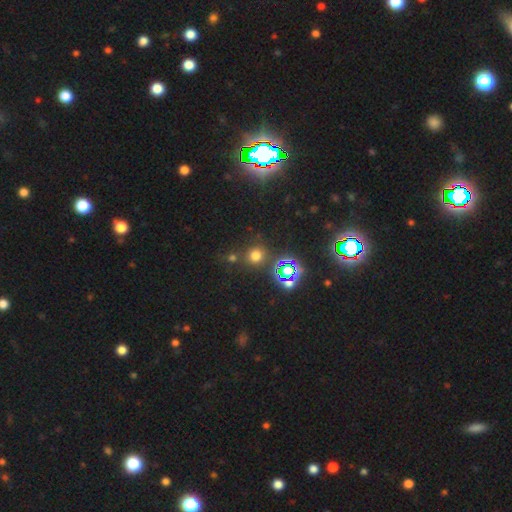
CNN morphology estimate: Smooth or featured? Predicted: smooth (p=0.62). How rounded? Predicted: round (p=0.90). Merging? Predicted: none (p=0.79).